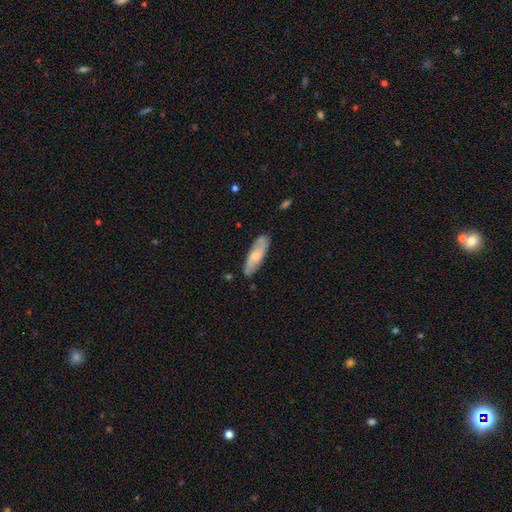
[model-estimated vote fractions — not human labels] smooth_or_featured: smooth (p=0.58) [alt: featured or disk p=0.37]
how_rounded: cigar-shaped (p=0.52) [alt: in between p=0.46]
merging: none (p=0.79) [alt: minor disturbance p=0.16]